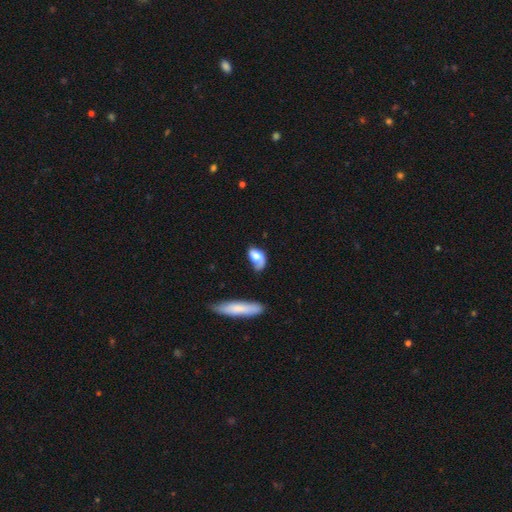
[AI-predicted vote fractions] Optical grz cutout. It shows a smooth galaxy with no disk features (65%) that is in between round and cigar-shaped (86%). Merging: minor disturbance (32%, tied with none).